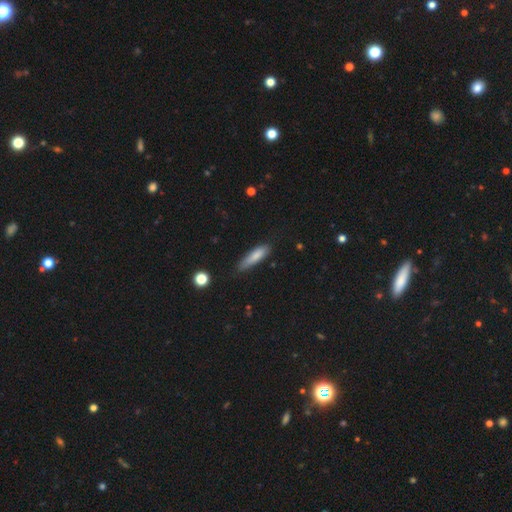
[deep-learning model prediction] Morphology: type=smooth (81%); roundness=cigar-shaped (70%); merging=none (70%).